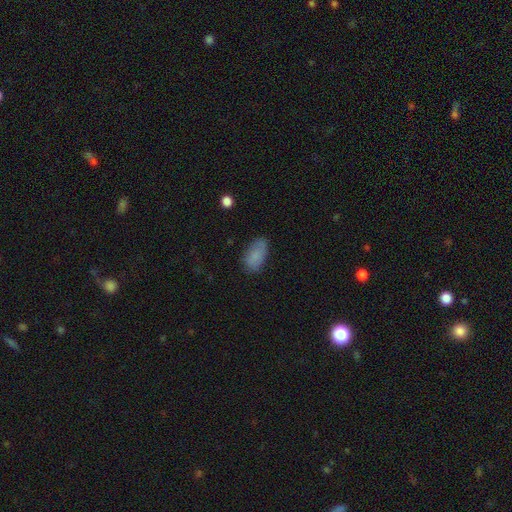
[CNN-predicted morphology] Smooth or featured? Predicted: smooth (p=0.84). How rounded? Predicted: in between (p=0.92). Merging? Predicted: none (p=0.73).